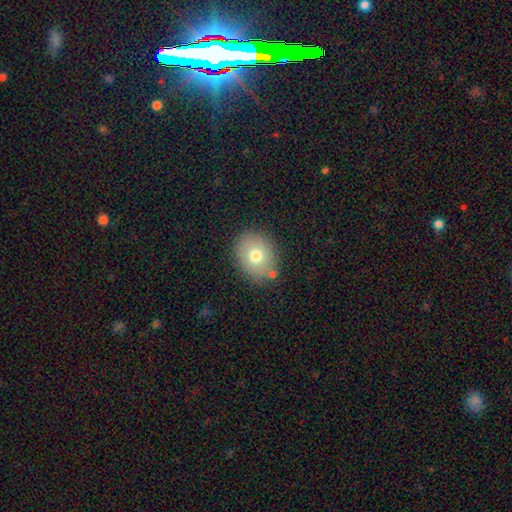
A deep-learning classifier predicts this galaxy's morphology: Smooth or featured? smooth (73%)
How rounded? in between (55%)
Merging? none (80%)